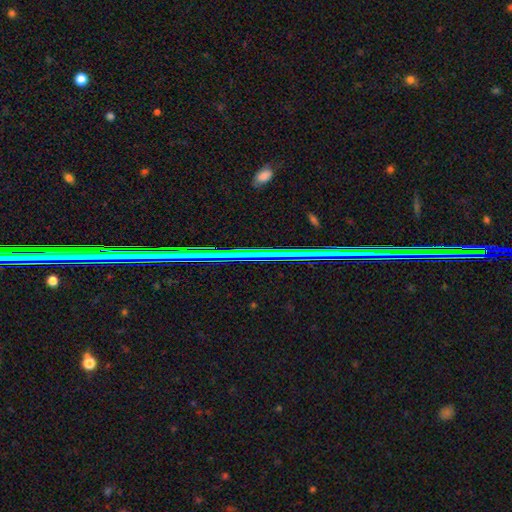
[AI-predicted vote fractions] This appears to be a star or artifact, not a galaxy (83%).